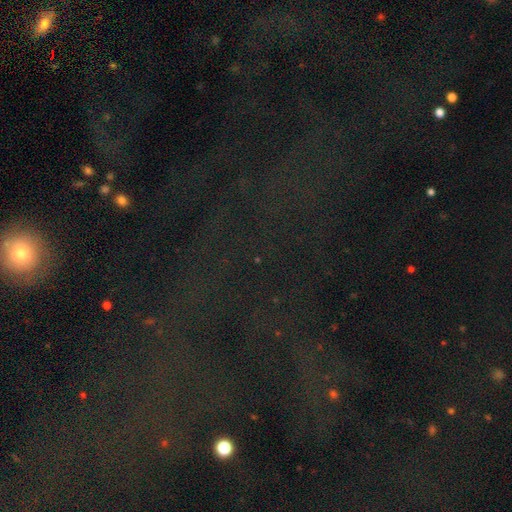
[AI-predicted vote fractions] smooth-or-featured: star or artifact: 71% | smooth: 16% | featured or disk: 13%